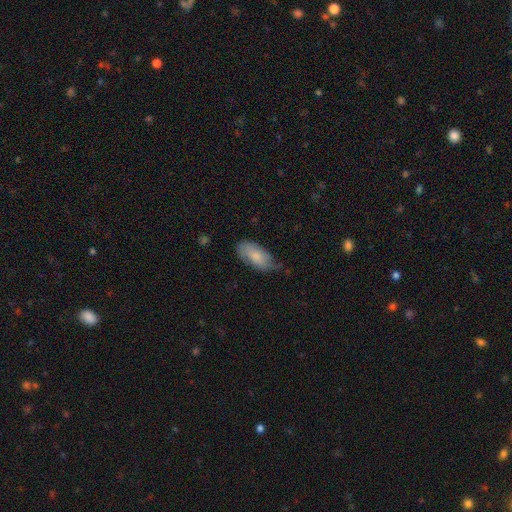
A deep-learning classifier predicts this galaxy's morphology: Q: Smooth or featured?
A: smooth (77%); runner-up: featured or disk (17%)
Q: How rounded?
A: in between (91%); runner-up: cigar-shaped (7%)
Q: Merging?
A: none (57%); runner-up: minor disturbance (34%)